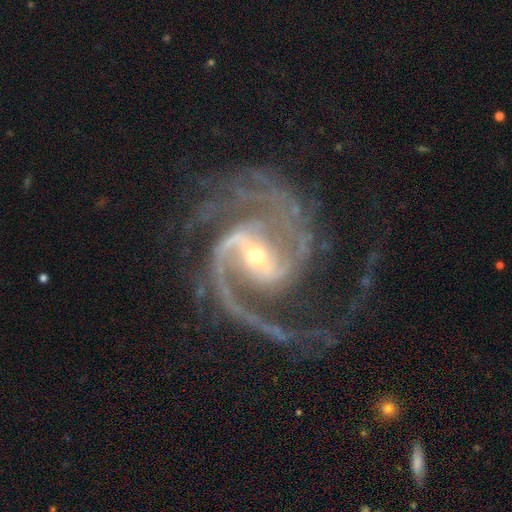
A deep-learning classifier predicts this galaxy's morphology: This is clearly a featured or disk galaxy (94%). It is clearly not viewed edge-on (98%). Bar: possibly strong (46%). Spiral arm pattern: clearly yes (99%). Spiral arm count: likely 2 (71%). Spiral winding: possibly medium (60%). Central bulge: likely small (61%). Merging: likely none (62%).